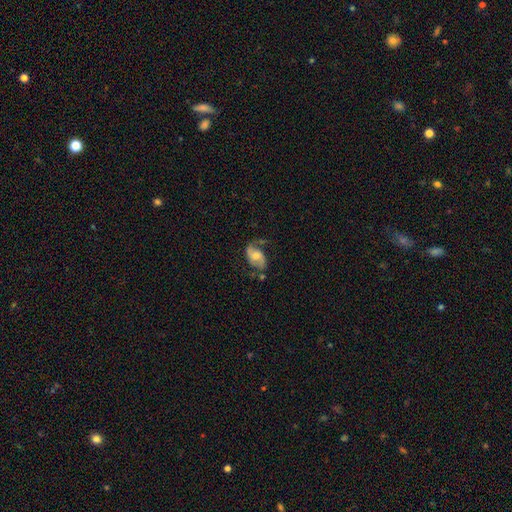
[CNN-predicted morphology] Smooth or featured?
  - featured or disk: 70% *
  - smooth: 22%
  - star or artifact: 7%
Edge-on disk?
  - no: 97% *
  - yes: 3%
Bar?
  - no: 54% *
  - weak: 34%
  - strong: 11%
Spiral arms?
  - yes: 90% *
  - no: 10%
Spiral winding?
  - loose: 49% *
  - medium: 38%
  - tight: 13%
Spiral arm count?
  - 2: 83% *
  - 1: 9%
  - can't tell: 5%
  - 3: 1%
  - 4: 1%
  - more than 4: 1%
Bulge size?
  - moderate: 56% *
  - small: 29%
  - large: 9%
  - none: 4%
  - dominant: 2%
Merging?
  - none: 53% *
  - minor disturbance: 23%
  - major disturbance: 18%
  - merger: 6%